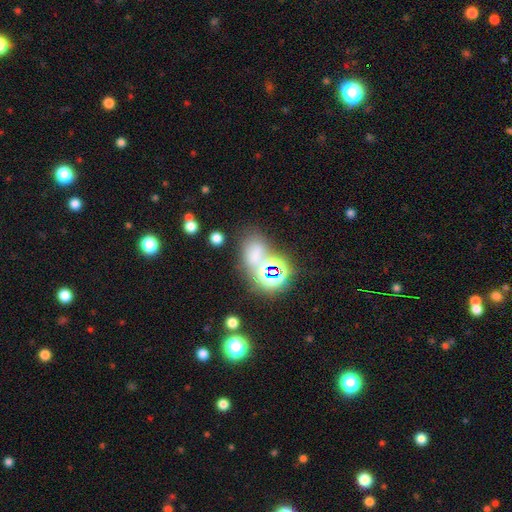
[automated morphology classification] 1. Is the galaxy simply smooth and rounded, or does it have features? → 49% smooth, 41% star or artifact, 11% featured or disk.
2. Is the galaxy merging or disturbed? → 55% none, 19% merger, 16% minor disturbance, 10% major disturbance.